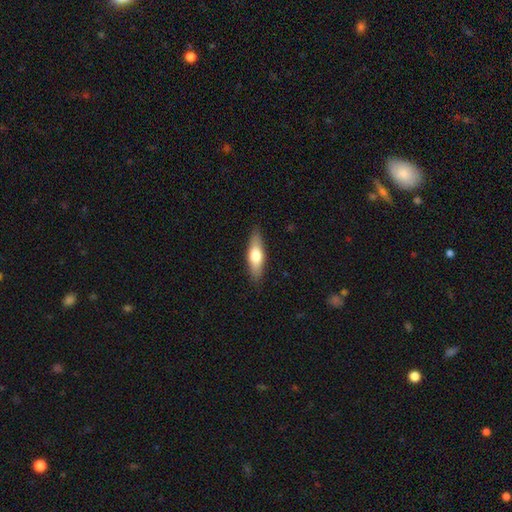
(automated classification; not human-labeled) This is likely a smooth galaxy (62%). How rounded: possibly cigar-shaped (53%). Merging: clearly none (87%).